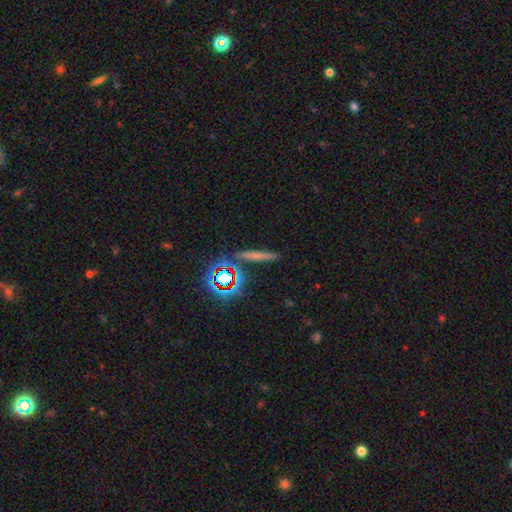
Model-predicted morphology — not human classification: smooth 56%, star or artifact 23%, featured or disk 21%. Down the decision tree: how rounded — cigar-shaped (85%); merging — none (85%).